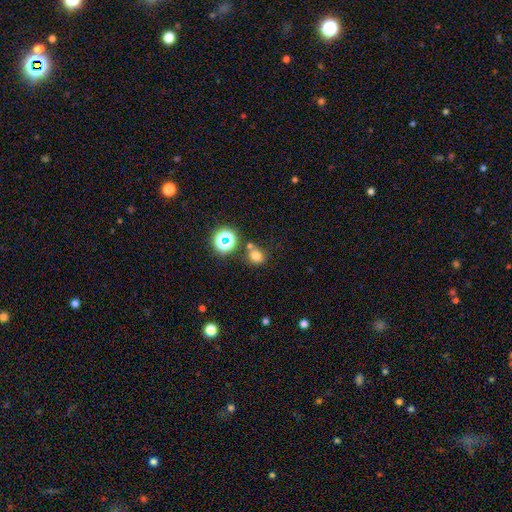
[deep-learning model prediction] Smooth or featured? smooth (70%)
How rounded? round (67%)
Merging? none (66%)